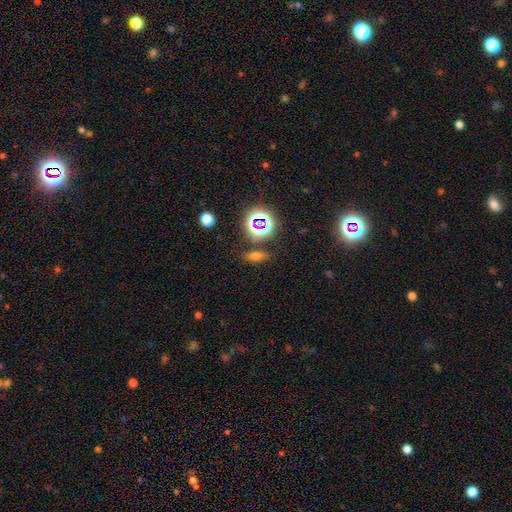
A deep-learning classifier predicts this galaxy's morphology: A smooth galaxy with no disk features (60%) that is in between round and cigar-shaped (71%). Merging: none (78%).